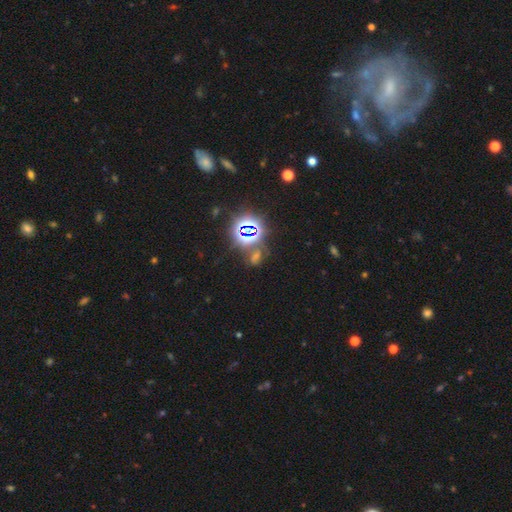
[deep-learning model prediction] A star or artifact, not a galaxy (73%).

Vote fractions:
- Smooth or featured? star or artifact: 73% / smooth: 18% / featured or disk: 9%